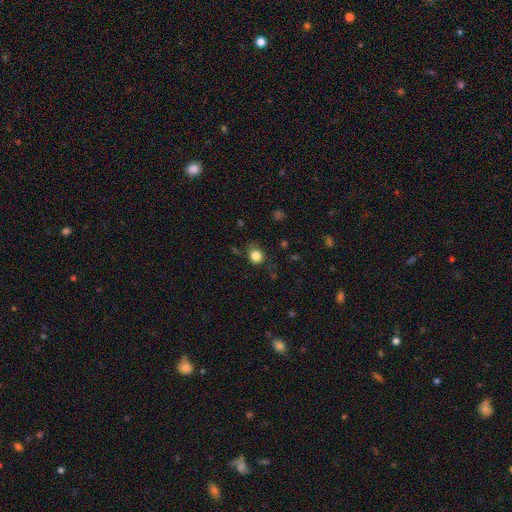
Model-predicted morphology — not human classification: This is clearly a smooth galaxy (83%). How rounded: likely round (76%). Merging: likely none (75%).